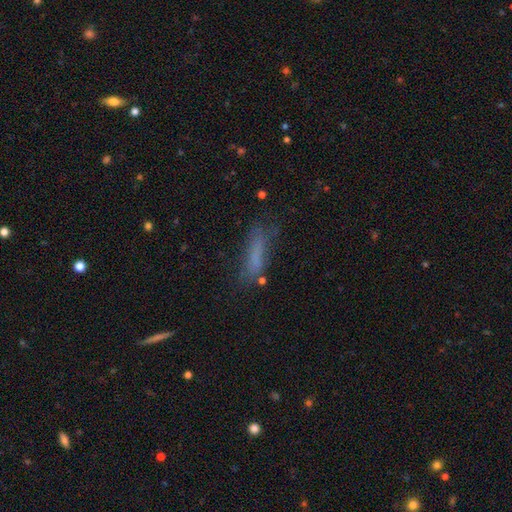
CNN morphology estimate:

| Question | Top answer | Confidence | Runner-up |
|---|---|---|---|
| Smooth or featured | smooth | 68% | featured or disk (19%) |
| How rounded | cigar-shaped | 69% | in between (29%) |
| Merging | none | 59% | minor disturbance (24%) |